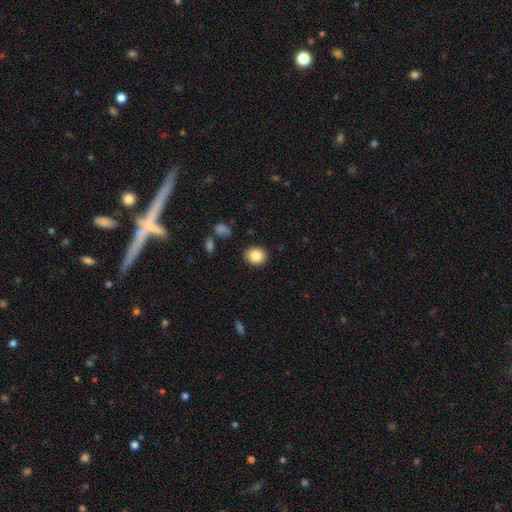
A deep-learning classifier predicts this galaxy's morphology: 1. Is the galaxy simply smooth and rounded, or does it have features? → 84% smooth, 9% star or artifact, 7% featured or disk.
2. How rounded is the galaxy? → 69% round, 30% in between, 1% cigar-shaped.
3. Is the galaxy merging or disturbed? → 89% none, 7% minor disturbance, 2% major disturbance, 1% merger.